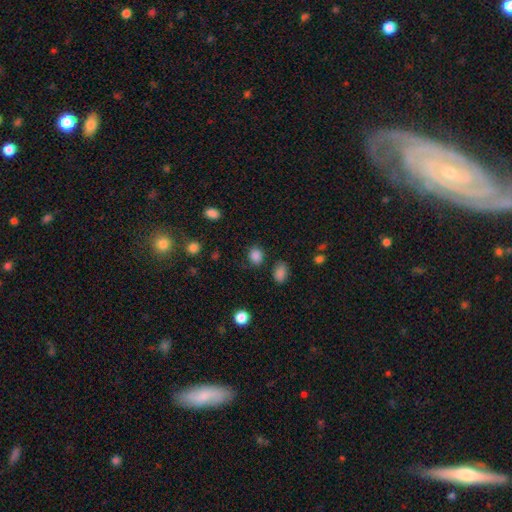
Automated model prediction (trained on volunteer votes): Smooth or featured? smooth (85%)
How rounded? round (61%)
Merging? none (81%)